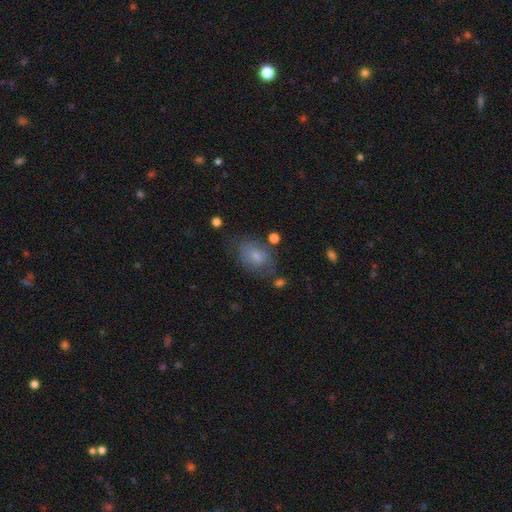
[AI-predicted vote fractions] Smooth or featured? smooth (68%)
How rounded? in between (83%)
Merging? none (59%)